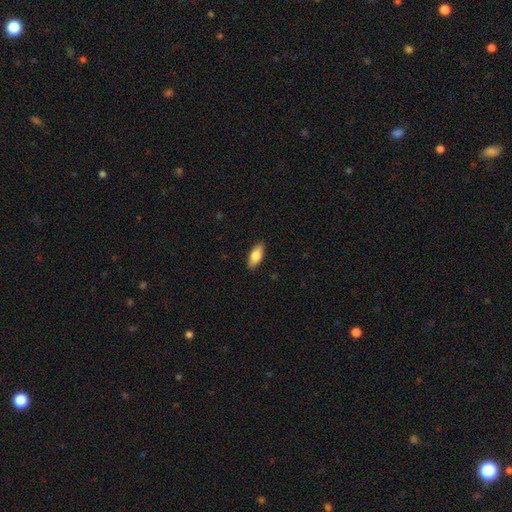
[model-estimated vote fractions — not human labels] Smooth or featured?
  - smooth: 81% *
  - featured or disk: 13%
  - star or artifact: 6%
How rounded?
  - in between: 85% *
  - cigar-shaped: 13%
  - round: 2%
Merging?
  - none: 89% *
  - minor disturbance: 9%
  - major disturbance: 2%
  - merger: 1%